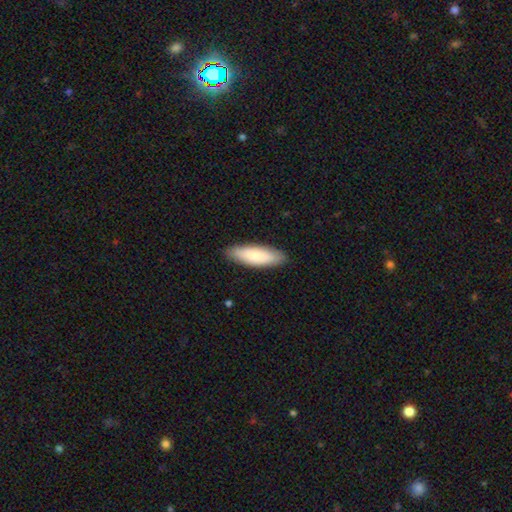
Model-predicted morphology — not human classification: type=smooth (83%); roundness=in between (51%); merging=none (88%).